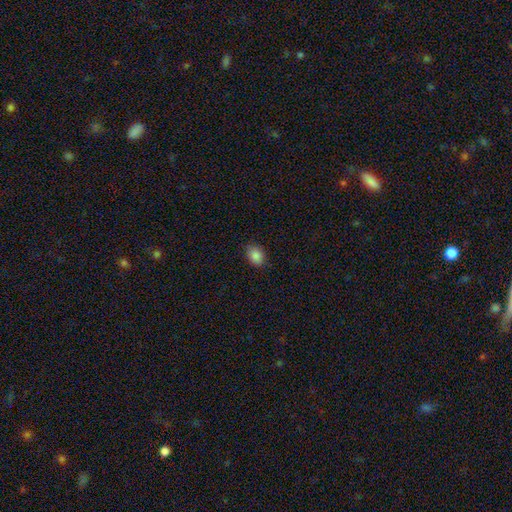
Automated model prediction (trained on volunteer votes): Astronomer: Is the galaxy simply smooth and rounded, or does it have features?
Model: smooth — 87%.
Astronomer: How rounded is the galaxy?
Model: in between — 76%.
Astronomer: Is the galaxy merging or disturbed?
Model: none — 86%.